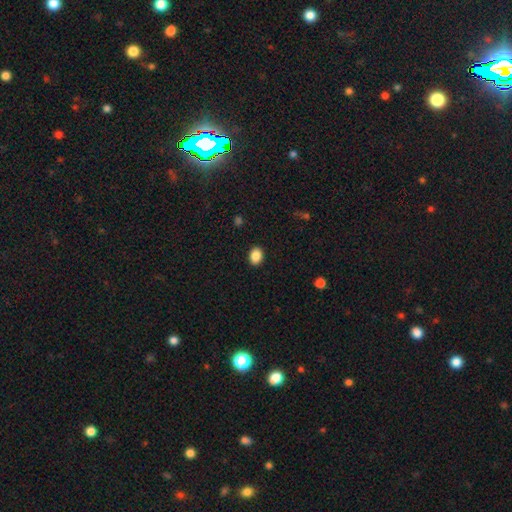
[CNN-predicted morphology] smooth-or-featured: smooth: 88% | star or artifact: 9% | featured or disk: 3%
  how-rounded: in between: 67% | round: 32% | cigar-shaped: 1%
  merging: none: 91% | minor disturbance: 6% | major disturbance: 2% | merger: 1%